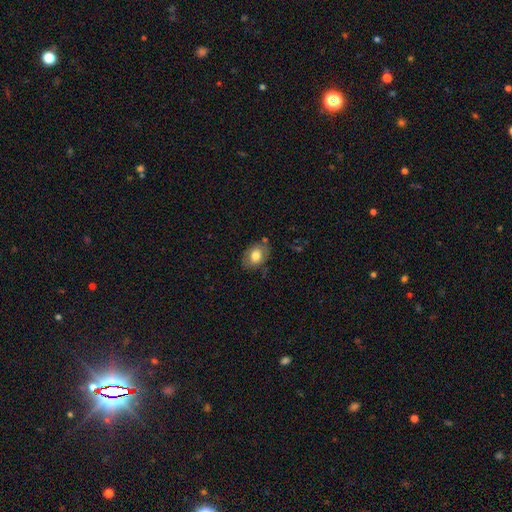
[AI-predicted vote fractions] Smooth or featured? smooth (75%)
How rounded? in between (73%)
Merging? none (73%)